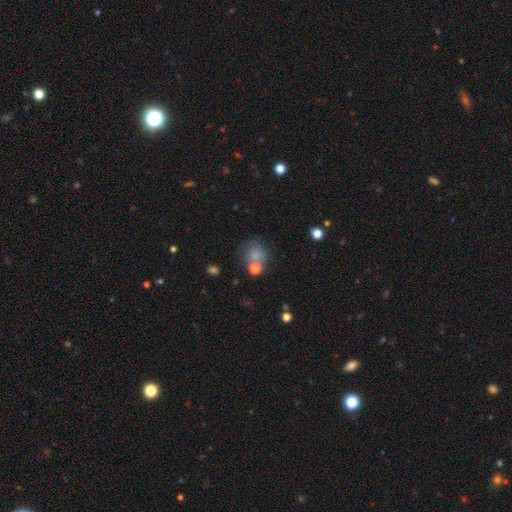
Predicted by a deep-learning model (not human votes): This is likely a smooth galaxy (71%). How rounded: likely round (77%). Merging: possibly none (50%).